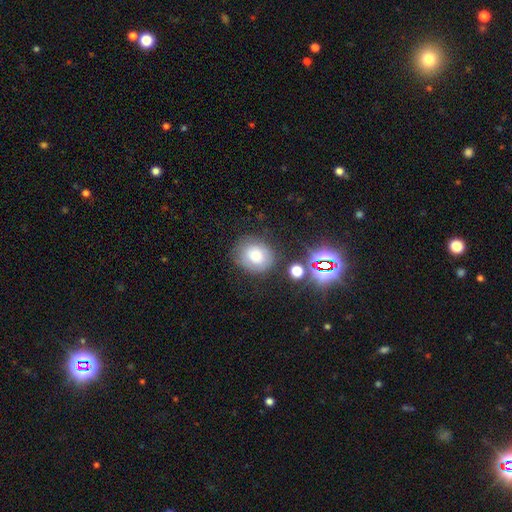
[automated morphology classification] Q: Smooth or featured?
A: smooth (65%); runner-up: featured or disk (20%)
Q: How rounded?
A: round (71%); runner-up: in between (28%)
Q: Merging?
A: none (74%); runner-up: minor disturbance (16%)